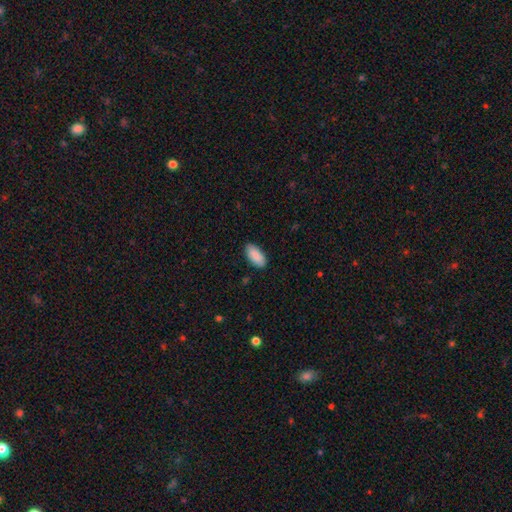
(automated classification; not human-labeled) Smooth or featured: smooth — 89% (star or artifact — 6%)
How rounded: in between — 93% (cigar-shaped — 5%)
Merging: none — 87% (minor disturbance — 10%)